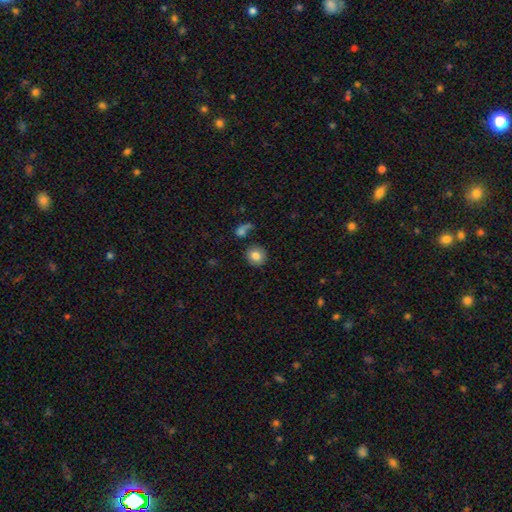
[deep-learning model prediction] Smooth or featured: smooth — 82% (featured or disk — 9%)
How rounded: round — 90% (in between — 9%)
Merging: none — 81% (minor disturbance — 9%)